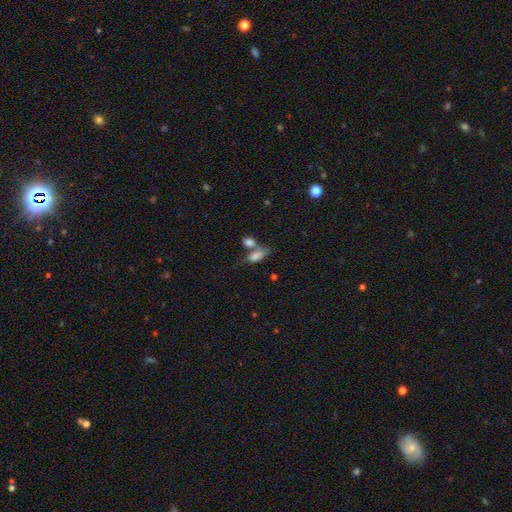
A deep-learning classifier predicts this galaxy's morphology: Smooth or featured? Predicted: smooth (p=0.76). How rounded? Predicted: in between (p=0.77). Merging? Predicted: merger (p=0.44).